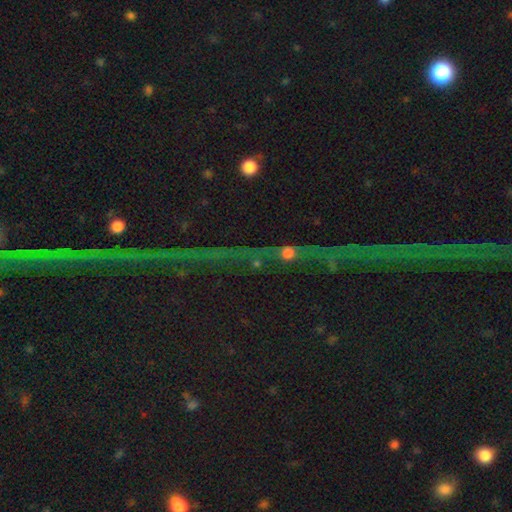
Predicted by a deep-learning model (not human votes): The model was most divided on "smooth or featured": star or artifact: 83%, featured or disk: 10%, smooth: 7%.